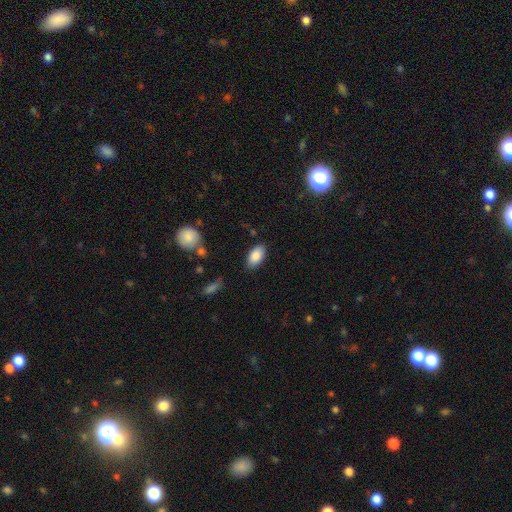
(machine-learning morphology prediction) Smooth or featured?
  - smooth: 87% *
  - star or artifact: 7%
  - featured or disk: 6%
How rounded?
  - in between: 94% *
  - round: 3%
  - cigar-shaped: 3%
Merging?
  - none: 84% *
  - minor disturbance: 12%
  - major disturbance: 3%
  - merger: 2%